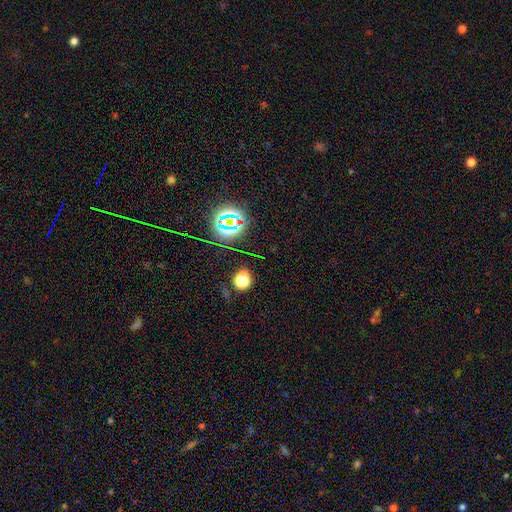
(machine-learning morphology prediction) A star or artifact, not a galaxy (55%).